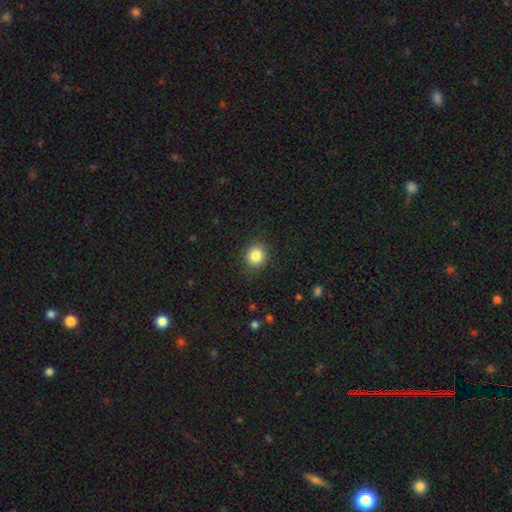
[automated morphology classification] smooth-or-featured: smooth: 85% | star or artifact: 10% | featured or disk: 5%
  how-rounded: round: 79% | in between: 20% | cigar-shaped: 1%
  merging: none: 88% | minor disturbance: 9% | major disturbance: 3% | merger: 1%